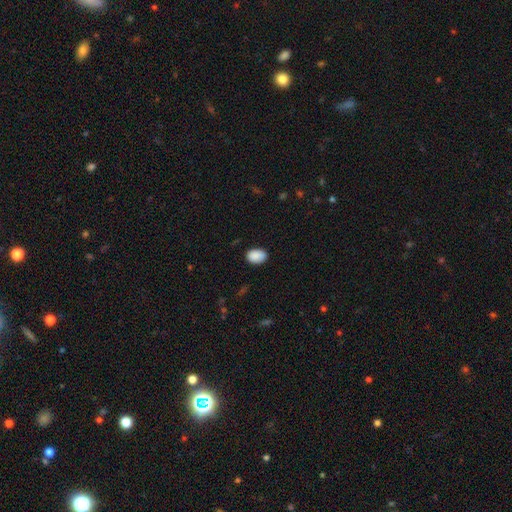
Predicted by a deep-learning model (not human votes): This appears to be a smooth galaxy with no disk features (90%) that is in between round and cigar-shaped (82%). Merging: none (84%).